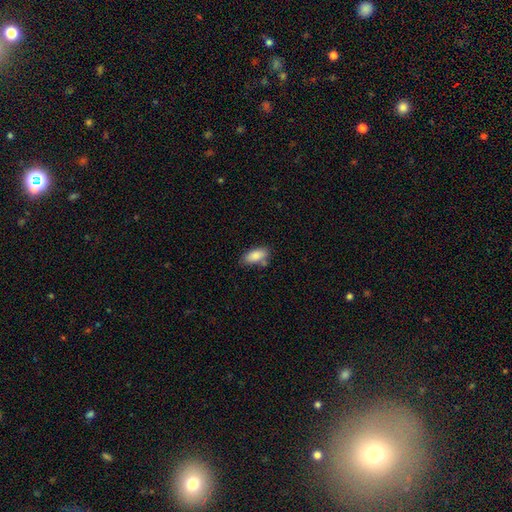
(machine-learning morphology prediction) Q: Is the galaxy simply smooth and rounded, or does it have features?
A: smooth — 85%.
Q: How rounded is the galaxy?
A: in between — 86%.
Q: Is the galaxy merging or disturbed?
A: none — 71%.